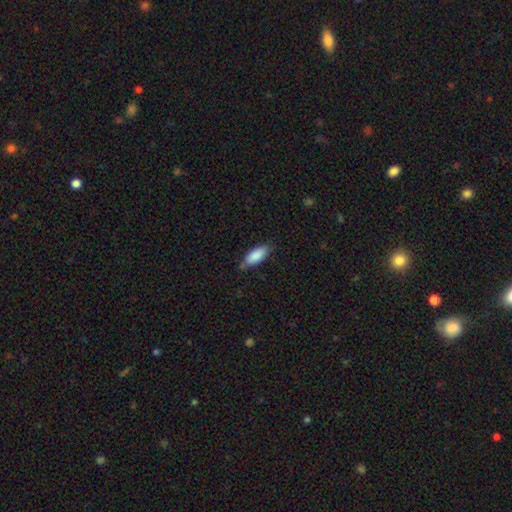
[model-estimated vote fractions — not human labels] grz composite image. It shows a smooth galaxy with no disk features (87%) that is in between round and cigar-shaped (79%). Merging: none (70%).